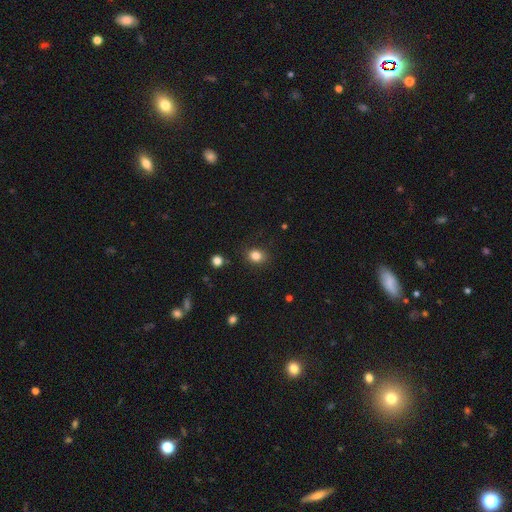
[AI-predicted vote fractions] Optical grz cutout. It shows a smooth galaxy with no disk features (83%) that is round (54%). Merging: none (86%).